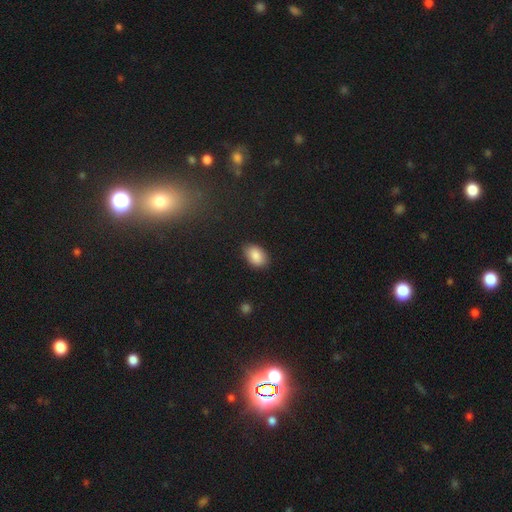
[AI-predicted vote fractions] Smooth or featured: smooth — 87% (star or artifact — 7%)
How rounded: in between — 90% (round — 9%)
Merging: none — 84% (minor disturbance — 12%)